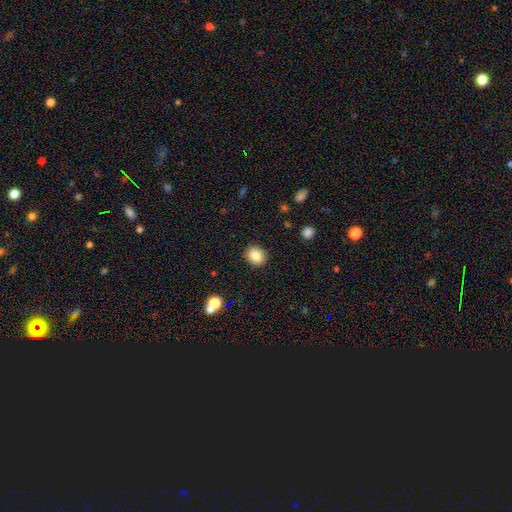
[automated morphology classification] A smooth galaxy with no disk features (84%) that is round (71%). Merging: none (90%).